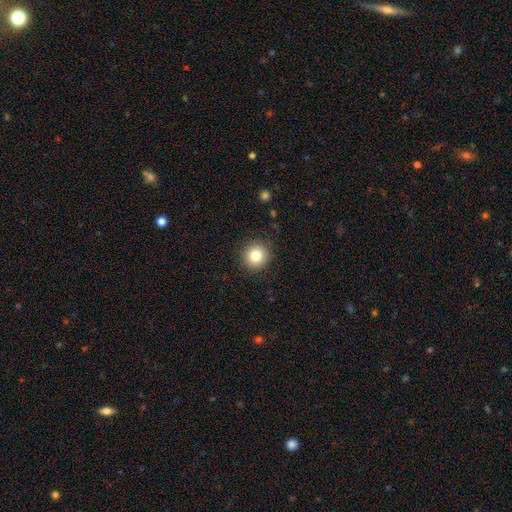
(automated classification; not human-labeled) Smooth or featured?
  - smooth: 81% *
  - star or artifact: 11%
  - featured or disk: 8%
How rounded?
  - round: 92% *
  - in between: 7%
  - cigar-shaped: 1%
Merging?
  - none: 90% *
  - minor disturbance: 7%
  - major disturbance: 2%
  - merger: 1%